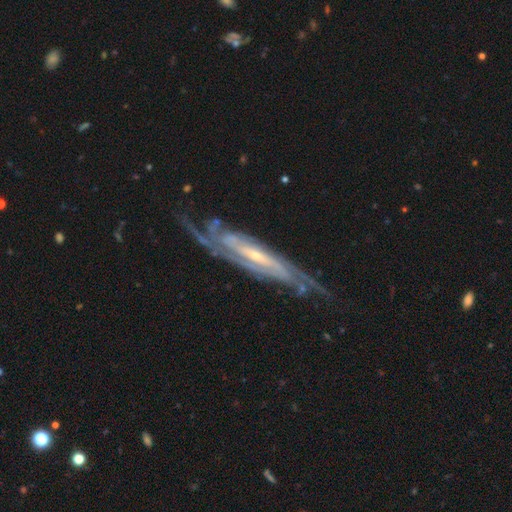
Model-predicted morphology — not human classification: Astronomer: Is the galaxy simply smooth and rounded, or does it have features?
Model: featured or disk — 90%.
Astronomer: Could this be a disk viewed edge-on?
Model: no — 72%.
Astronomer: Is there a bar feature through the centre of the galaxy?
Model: no — 35%, tied with weak at 35%.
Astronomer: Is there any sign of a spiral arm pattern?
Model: yes — 97%.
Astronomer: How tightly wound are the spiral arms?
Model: tight — 58%.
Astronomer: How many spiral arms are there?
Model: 2 — 32% (runner-up: can't tell, 28%).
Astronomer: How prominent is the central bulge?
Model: small — 73%.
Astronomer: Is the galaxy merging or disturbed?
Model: none — 69%.